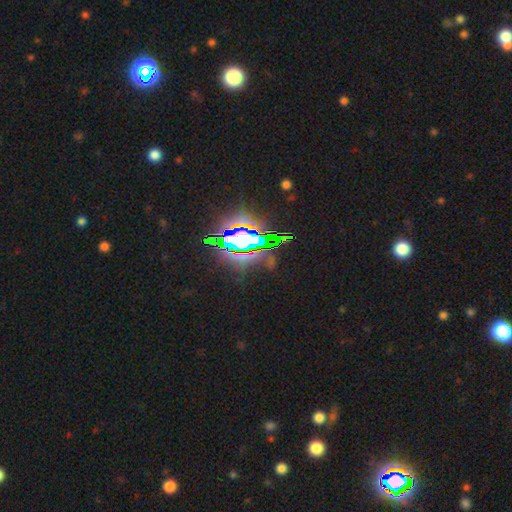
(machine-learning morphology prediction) Overall: star or artifact (75%).